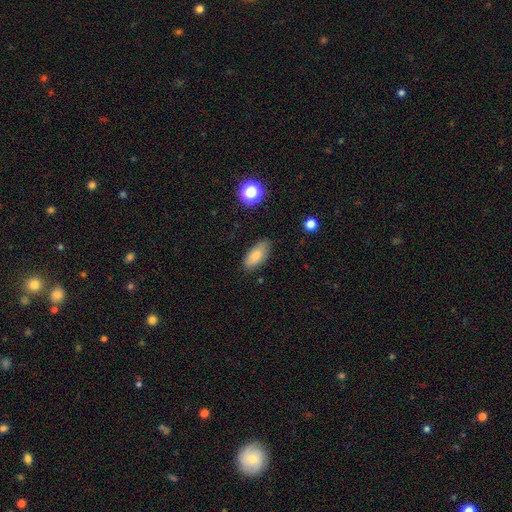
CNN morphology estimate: Smooth or featured? Predicted: smooth (p=0.79). How rounded? Predicted: in between (p=0.86). Merging? Predicted: none (p=0.81).